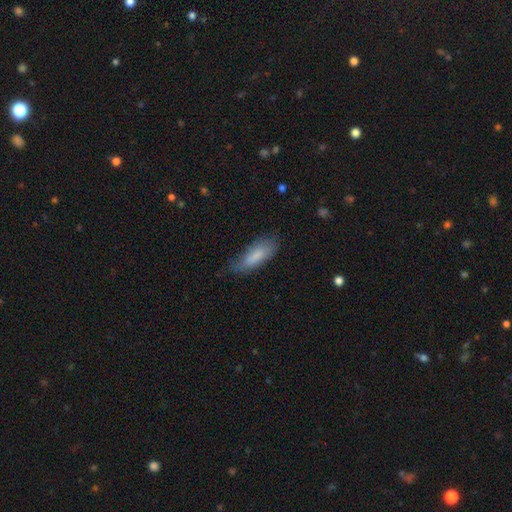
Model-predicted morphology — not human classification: Overall: smooth (81%). How rounded: in between (65%; cigar-shaped 33%). Merging: none (62%; minor disturbance 29%).